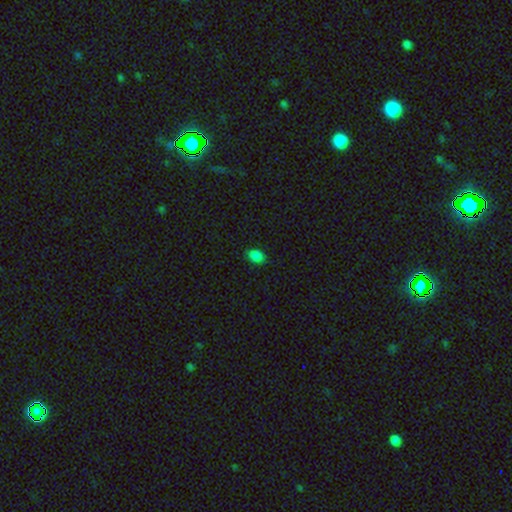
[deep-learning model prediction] This is clearly a smooth galaxy (85%). How rounded: clearly in between (82%). Merging: clearly none (86%).